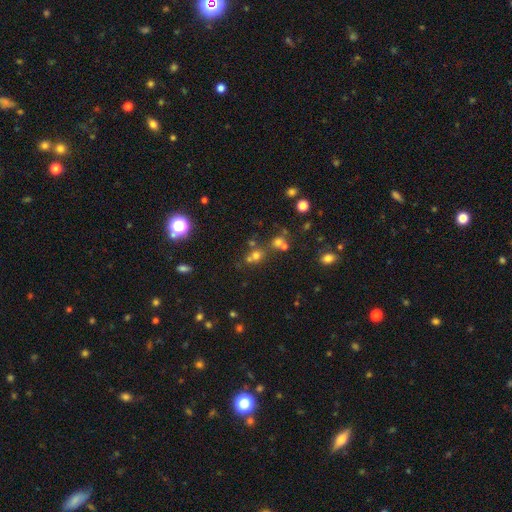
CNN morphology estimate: Q: Smooth or featured?
A: smooth (54%); runner-up: star or artifact (33%)
Q: How rounded?
A: round (82%); runner-up: in between (17%)
Q: Merging?
A: none (55%); runner-up: merger (32%)